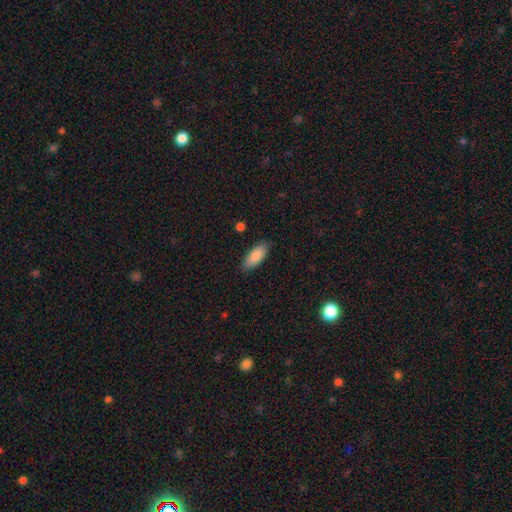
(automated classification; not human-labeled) A smooth galaxy with no disk features (85%) that is in between round and cigar-shaped (83%). Merging: none (85%).